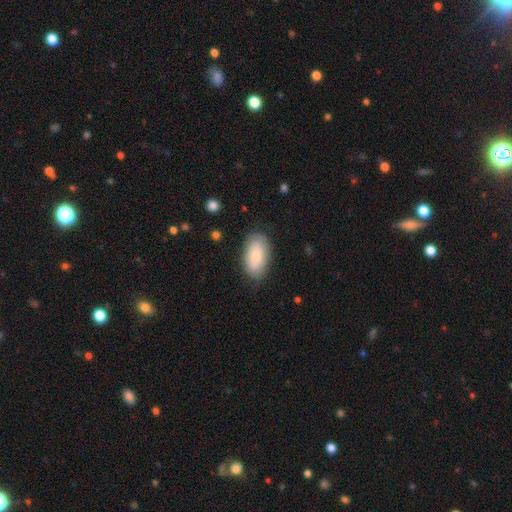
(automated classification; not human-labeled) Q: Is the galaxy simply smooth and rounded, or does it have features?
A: smooth — 75%.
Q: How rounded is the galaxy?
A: in between — 93%.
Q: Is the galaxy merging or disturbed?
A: none — 78%.